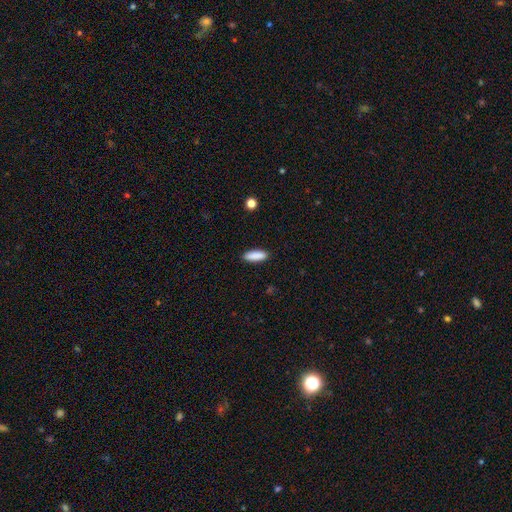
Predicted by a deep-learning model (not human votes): A smooth galaxy with no disk features (89%) that is in between round and cigar-shaped (53%). Merging: none (89%).